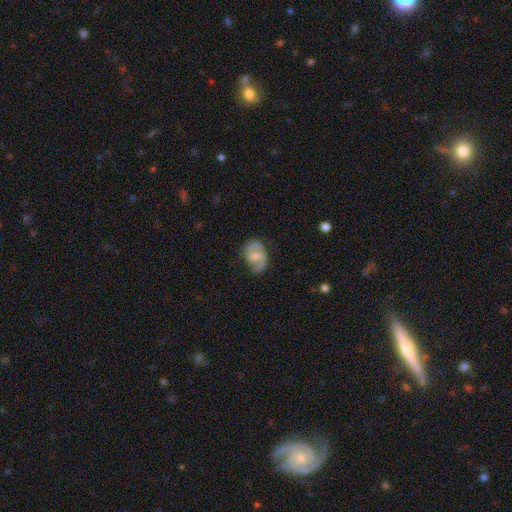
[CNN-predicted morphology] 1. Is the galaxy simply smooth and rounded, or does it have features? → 50% featured or disk, 44% smooth, 7% star or artifact.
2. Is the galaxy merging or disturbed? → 65% none, 26% minor disturbance, 8% major disturbance, 1% merger.